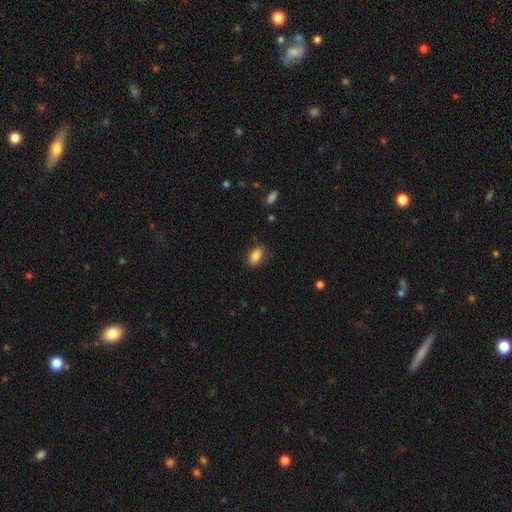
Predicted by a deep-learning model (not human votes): A smooth galaxy with no disk features (85%) that is in between round and cigar-shaped (89%). Merging: none (86%).